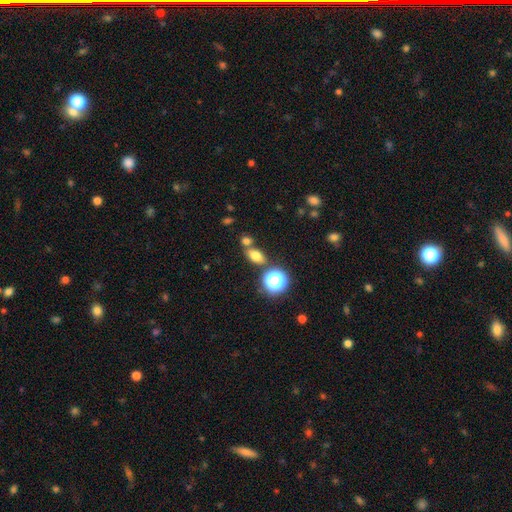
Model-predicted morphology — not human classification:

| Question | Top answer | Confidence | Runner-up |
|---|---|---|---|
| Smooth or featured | smooth | 73% | star or artifact (17%) |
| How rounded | in between | 75% | round (21%) |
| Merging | none | 64% | merger (21%) |